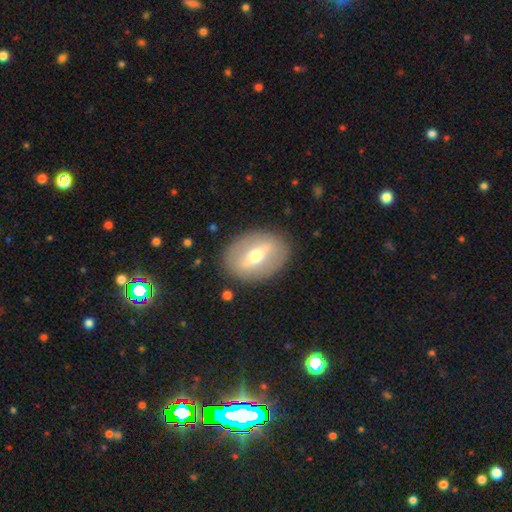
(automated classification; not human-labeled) smooth-or-featured: featured or disk: 53% | smooth: 41% | star or artifact: 7%
  disk-edge-on: no: 81% | yes: 19%
  merging: none: 86% | minor disturbance: 9% | major disturbance: 4% | merger: 1%